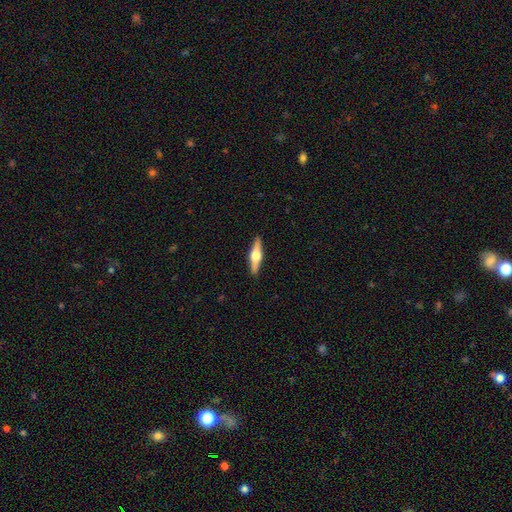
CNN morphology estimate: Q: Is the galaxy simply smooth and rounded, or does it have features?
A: featured or disk — 67%.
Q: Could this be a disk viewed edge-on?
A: yes — 97%.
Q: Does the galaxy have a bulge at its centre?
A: rounded — 95%.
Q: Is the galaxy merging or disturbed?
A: none — 91%.